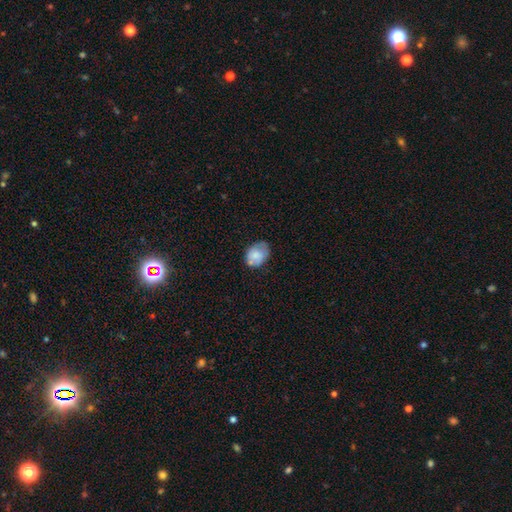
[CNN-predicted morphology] Q: Smooth or featured?
A: smooth (71%); runner-up: featured or disk (22%)
Q: How rounded?
A: in between (67%); runner-up: round (32%)
Q: Merging?
A: none (56%); runner-up: minor disturbance (31%)